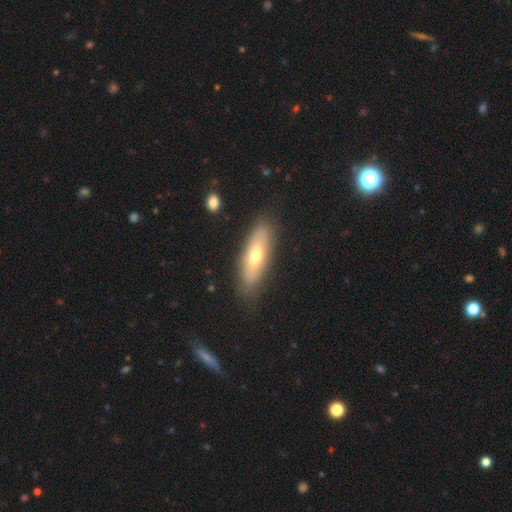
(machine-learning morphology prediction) Smooth or featured: smooth — 56% (featured or disk — 38%)
How rounded: in between — 57% (cigar-shaped — 40%)
Merging: none — 83% (minor disturbance — 12%)